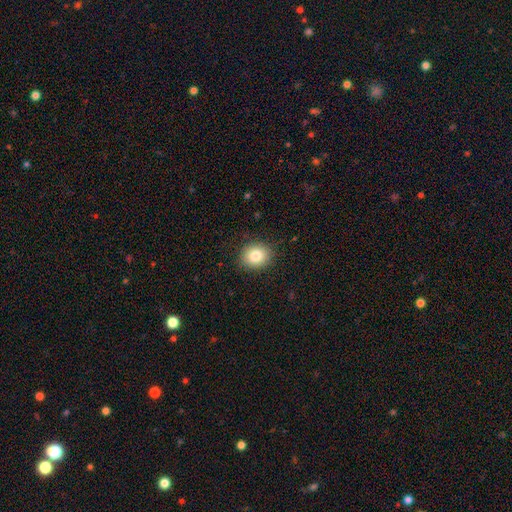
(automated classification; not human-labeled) Morphology: type=smooth (83%); roundness=round (67%); merging=none (88%).